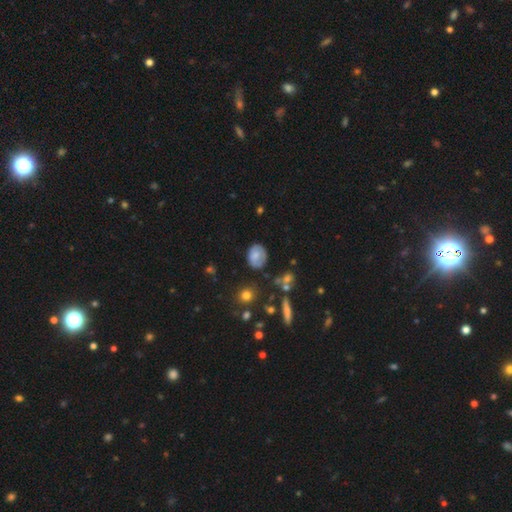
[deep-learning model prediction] The model was most divided on "how rounded": in between: 54%, round: 44%, cigar-shaped: 1%. More confident: smooth or featured — smooth (70%); merging — none (65%).